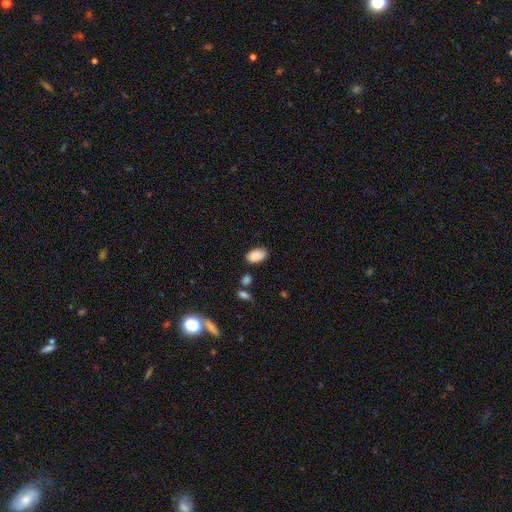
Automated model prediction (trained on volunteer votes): Smooth or featured? Predicted: smooth (p=0.87). How rounded? Predicted: in between (p=0.93). Merging? Predicted: none (p=0.74).